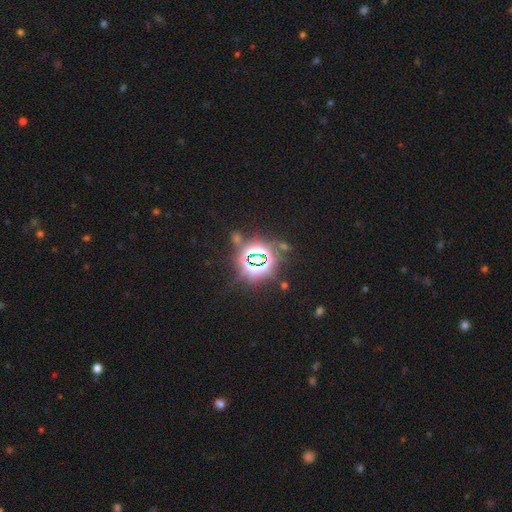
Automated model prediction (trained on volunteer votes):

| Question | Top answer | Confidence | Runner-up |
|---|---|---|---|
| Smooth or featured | star or artifact | 87% | smooth (7%) |